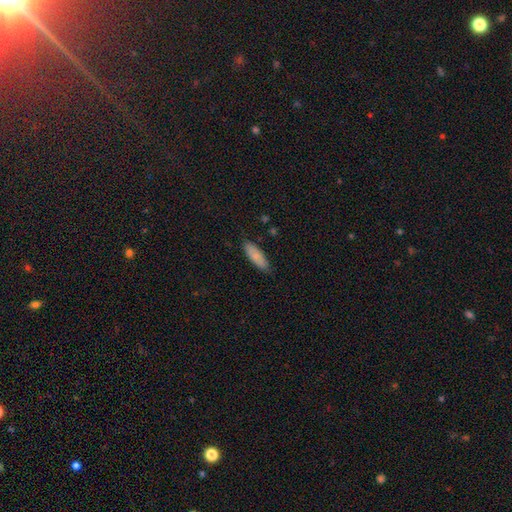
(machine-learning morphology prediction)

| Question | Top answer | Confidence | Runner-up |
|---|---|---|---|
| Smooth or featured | smooth | 78% | featured or disk (16%) |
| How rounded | in between | 60% | cigar-shaped (38%) |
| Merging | none | 83% | minor disturbance (14%) |